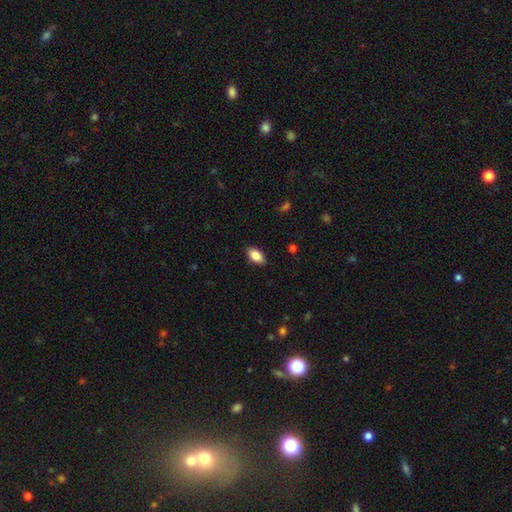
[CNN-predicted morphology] Smooth or featured? smooth (87%)
How rounded? in between (93%)
Merging? none (89%)